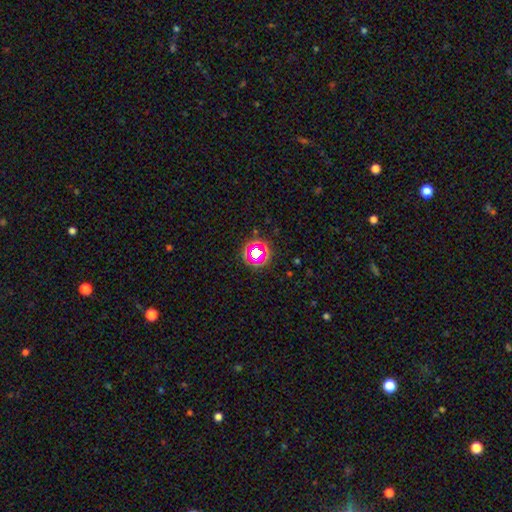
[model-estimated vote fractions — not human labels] Smooth or featured?
  - star or artifact: 53% *
  - smooth: 33%
  - featured or disk: 14%